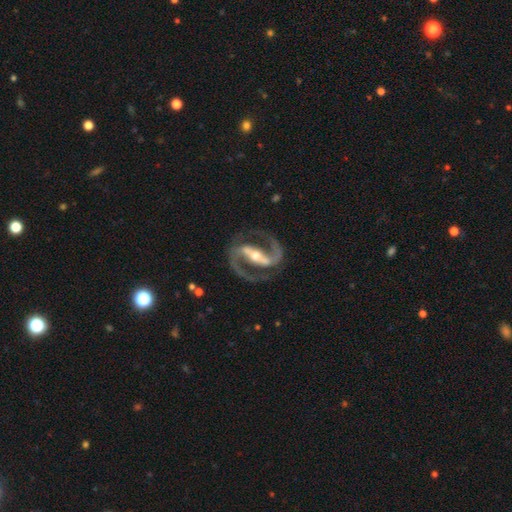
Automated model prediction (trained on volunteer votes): Overall: featured or disk (94%). Edge-on disk: no (97%). Bar: strong (76%). Spiral arms: yes (98%). Spiral arm count: 2 (95%). Spiral winding: medium (64%; tight 24%). Bulge size: moderate (53%; small 41%). Merging: none (84%).